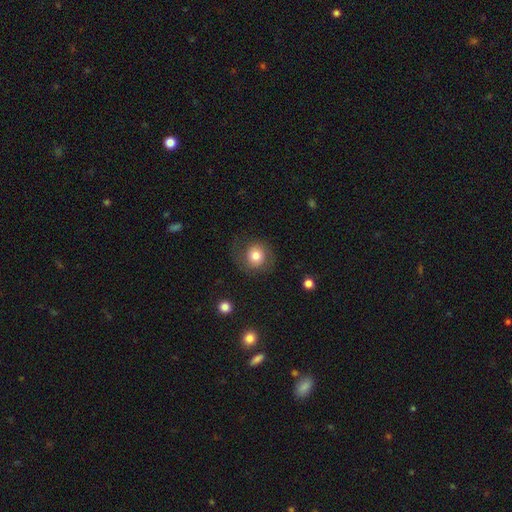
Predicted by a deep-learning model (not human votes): Overall: smooth (64%; featured or disk 26%). How rounded: round (85%). Merging: none (70%).